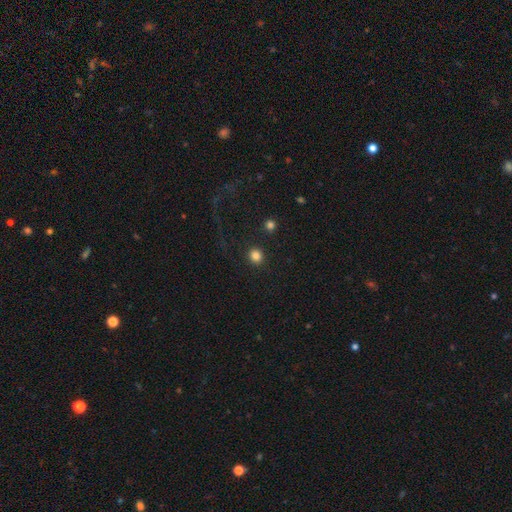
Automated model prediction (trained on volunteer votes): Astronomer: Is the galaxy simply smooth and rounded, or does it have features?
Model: smooth — 83%.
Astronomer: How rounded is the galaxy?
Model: round — 88%.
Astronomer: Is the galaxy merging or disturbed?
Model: none — 90%.